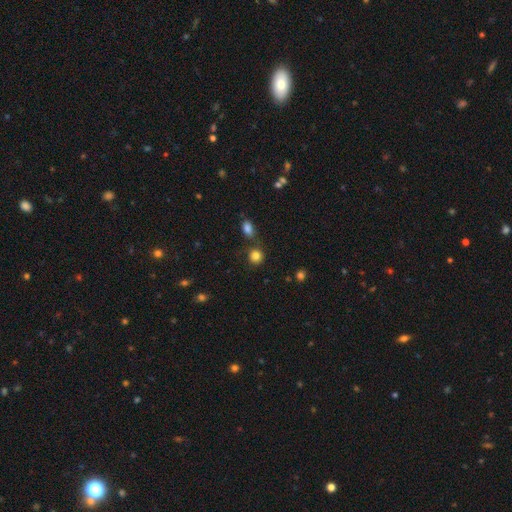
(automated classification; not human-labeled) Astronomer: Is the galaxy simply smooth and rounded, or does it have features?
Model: smooth — 83%.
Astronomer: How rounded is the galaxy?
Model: round — 86%.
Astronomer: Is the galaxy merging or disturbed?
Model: none — 71%.